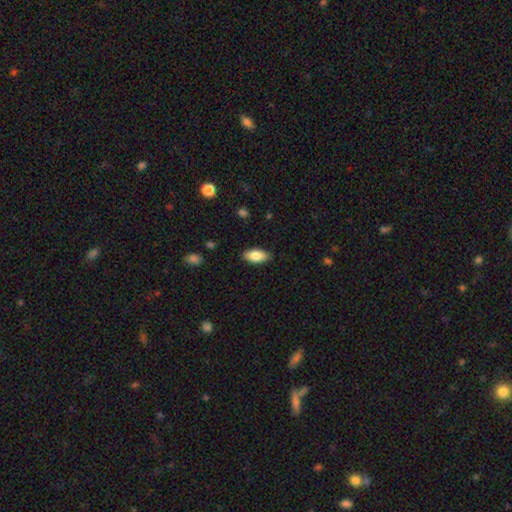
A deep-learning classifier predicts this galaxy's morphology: Smooth or featured? smooth (82%)
How rounded? in between (90%)
Merging? none (87%)